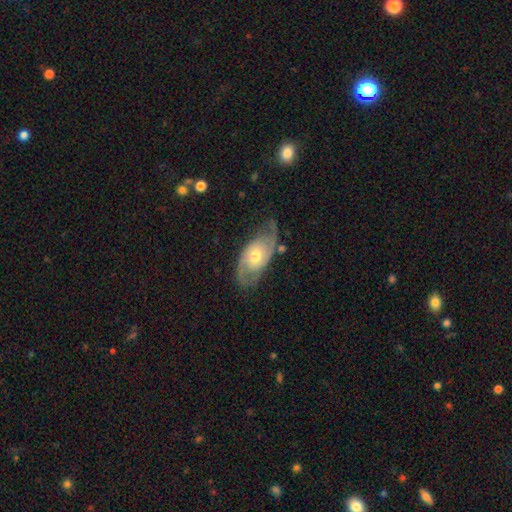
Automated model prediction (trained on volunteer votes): Smooth or featured? Predicted: featured or disk (p=0.83). Edge-on disk? Predicted: no (p=0.94). Bar? Predicted: no (p=0.64). Spiral arms? Predicted: yes (p=0.95). Spiral winding? Predicted: medium (p=0.46). Spiral arm count? Predicted: 2 (p=0.87). Bulge size? Predicted: moderate (p=0.71). Merging? Predicted: none (p=0.70).